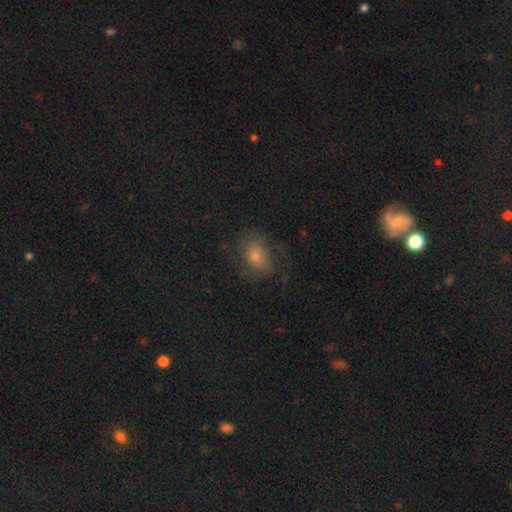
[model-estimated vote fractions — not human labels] smooth_or_featured: smooth (p=0.54) [alt: featured or disk p=0.25]
how_rounded: in between (p=0.61) [alt: round p=0.38]
merging: none (p=0.63) [alt: minor disturbance p=0.20]